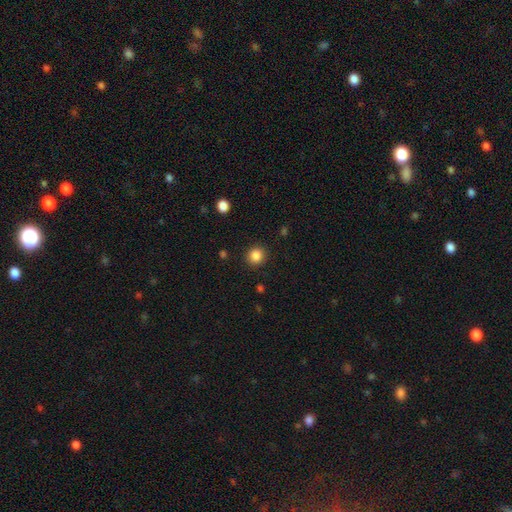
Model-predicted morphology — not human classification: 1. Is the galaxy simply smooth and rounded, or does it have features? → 86% smooth, 11% star or artifact, 4% featured or disk.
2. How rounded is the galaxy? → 90% round, 9% in between, 1% cigar-shaped.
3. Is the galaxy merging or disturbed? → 91% none, 6% minor disturbance, 2% major disturbance, 1% merger.